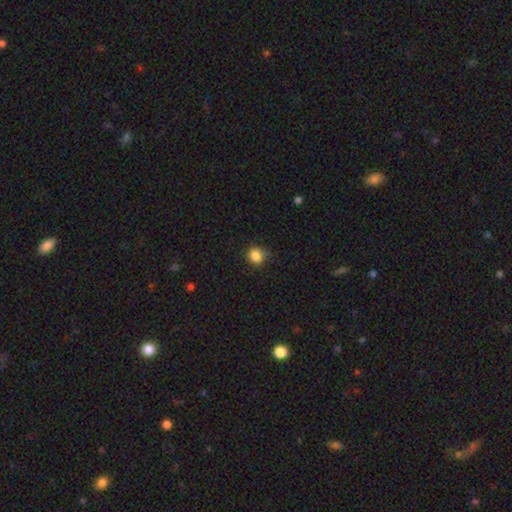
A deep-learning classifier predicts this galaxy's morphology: This is clearly a smooth galaxy (86%). How rounded: likely round (74%). Merging: likely none (72%).